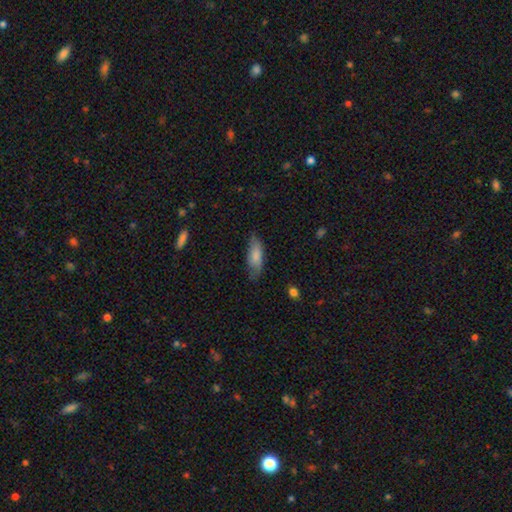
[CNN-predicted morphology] A smooth galaxy with no disk features (79%) that is in between round and cigar-shaped (69%).

Vote fractions:
- Smooth or featured? smooth: 79% / featured or disk: 15% / star or artifact: 6%
- How rounded? in between: 69% / cigar-shaped: 29% / round: 2%
- Merging? none: 70% / minor disturbance: 24% / major disturbance: 5% / merger: 1%